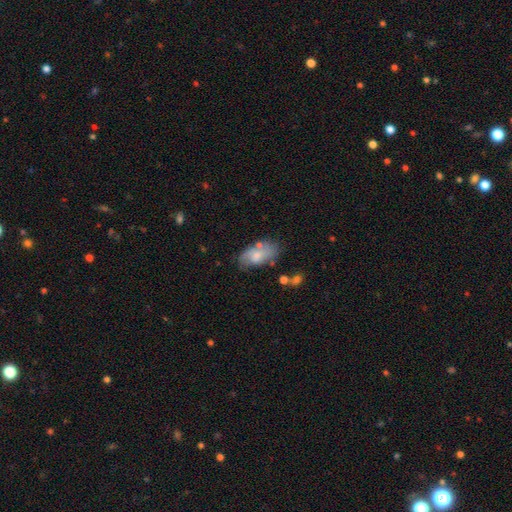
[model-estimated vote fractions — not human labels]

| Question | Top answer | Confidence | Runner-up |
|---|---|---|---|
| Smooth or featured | smooth | 54% | featured or disk (37%) |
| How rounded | in between | 91% | cigar-shaped (5%) |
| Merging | none | 58% | minor disturbance (26%) |